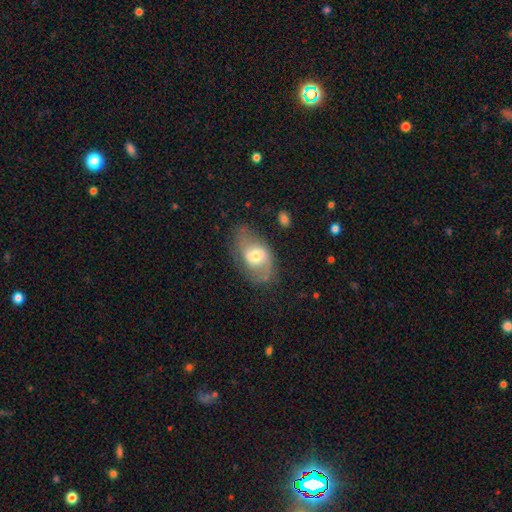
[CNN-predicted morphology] smooth_or_featured: featured or disk (p=0.55) [alt: smooth p=0.38]
disk_edge_on: no (p=0.94) [alt: yes p=0.06]
bar: weak (p=0.47) [alt: no p=0.40]
has_spiral_arms: yes (p=0.73) [alt: no p=0.27]
bulge_size: moderate (p=0.62) [alt: small p=0.25]
merging: none (p=0.55) [alt: minor disturbance p=0.27]